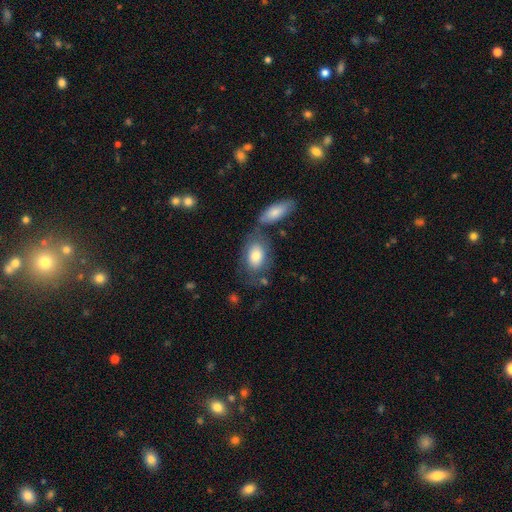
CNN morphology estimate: Overall: smooth (78%). How rounded: in between (88%). Merging: none (52%; merger 23%).